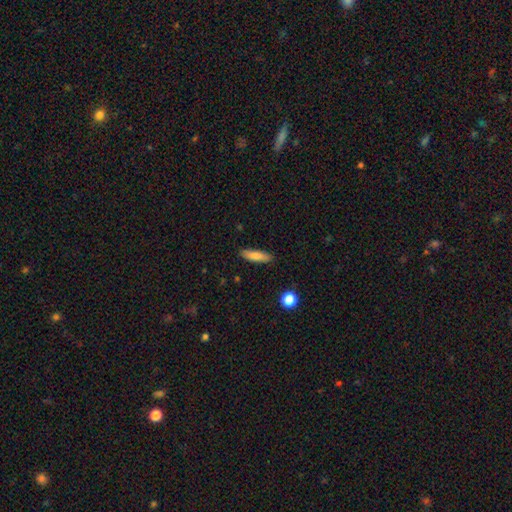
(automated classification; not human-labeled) smooth-or-featured: smooth: 80% | featured or disk: 13% | star or artifact: 7%
  how-rounded: cigar-shaped: 67% | in between: 31% | round: 2%
  merging: none: 87% | minor disturbance: 10% | major disturbance: 2% | merger: 1%